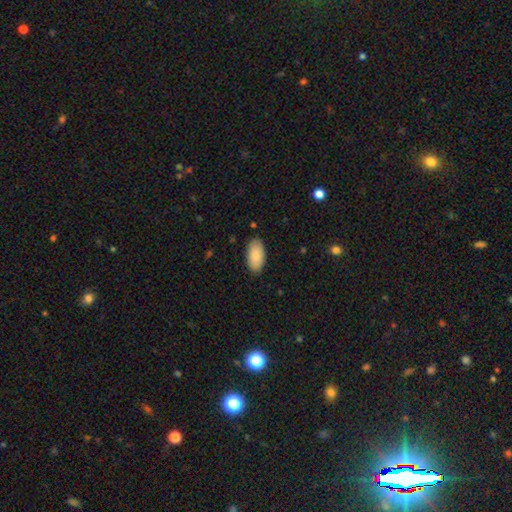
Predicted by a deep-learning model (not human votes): This is clearly a smooth galaxy (87%). How rounded: clearly in between (95%). Merging: clearly none (86%).